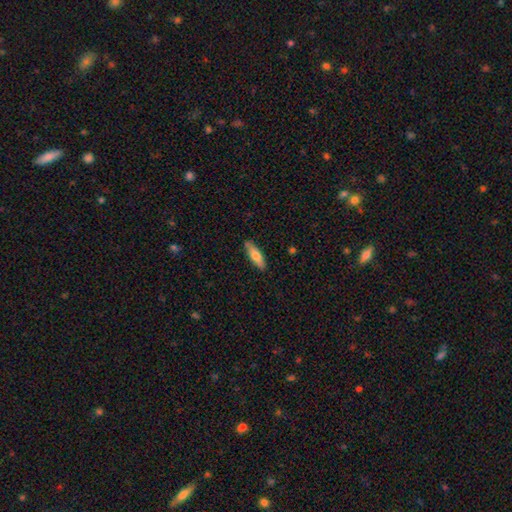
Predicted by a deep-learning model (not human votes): Smooth or featured? Predicted: smooth (p=0.71). How rounded? Predicted: cigar-shaped (p=0.50). Merging? Predicted: none (p=0.85).